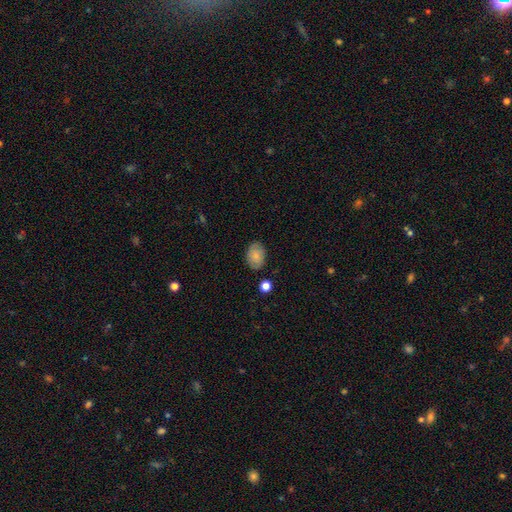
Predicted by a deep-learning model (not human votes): Q: Smooth or featured?
A: smooth (79%); runner-up: featured or disk (14%)
Q: How rounded?
A: in between (80%); runner-up: round (19%)
Q: Merging?
A: none (81%); runner-up: minor disturbance (14%)